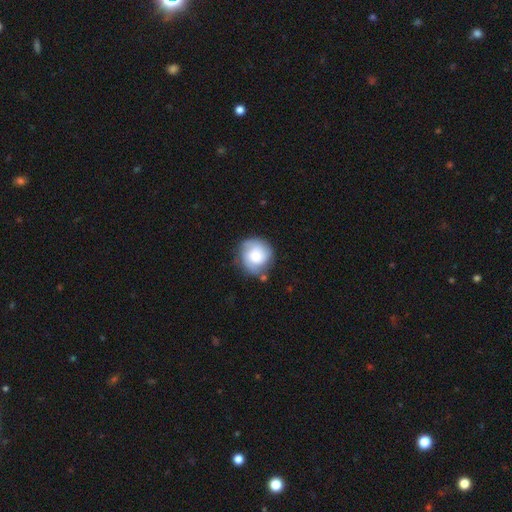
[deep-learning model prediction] The model was most divided on "smooth or featured": smooth: 57%, featured or disk: 35%, star or artifact: 8%. More confident: how rounded — round (90%); merging — none (70%).